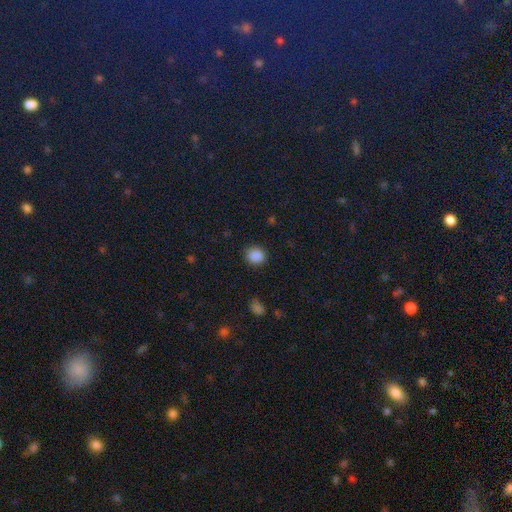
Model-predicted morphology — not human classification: This is clearly a smooth galaxy (87%). How rounded: clearly round (83%). Merging: clearly none (89%).